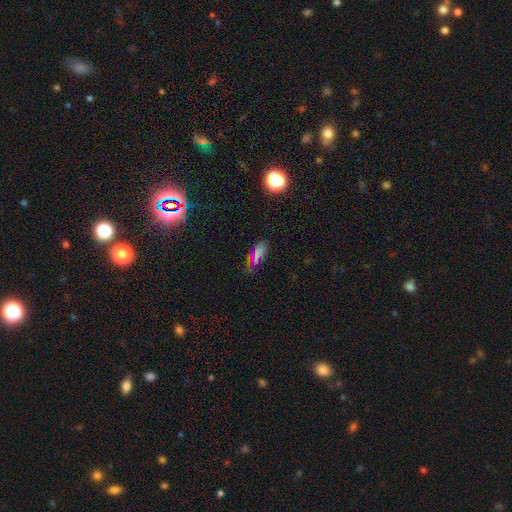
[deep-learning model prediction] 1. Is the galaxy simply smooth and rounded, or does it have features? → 62% smooth, 27% star or artifact, 11% featured or disk.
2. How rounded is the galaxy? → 72% in between, 23% cigar-shaped, 5% round.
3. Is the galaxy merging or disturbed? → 76% none, 17% minor disturbance, 5% major disturbance, 2% merger.